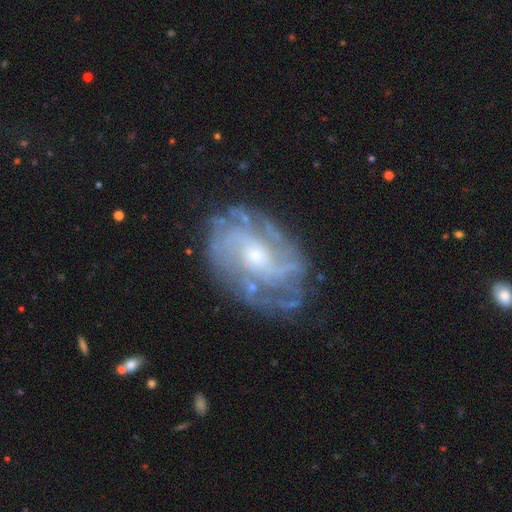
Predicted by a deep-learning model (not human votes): Smooth or featured? Predicted: featured or disk (p=0.85). Edge-on disk? Predicted: no (p=0.96). Bar? Predicted: no (p=0.61). Spiral arms? Predicted: yes (p=0.91). Spiral winding? Predicted: tight (p=0.54). Spiral arm count? Predicted: can't tell (p=0.39). Bulge size? Predicted: moderate (p=0.49). Merging? Predicted: none (p=0.73).